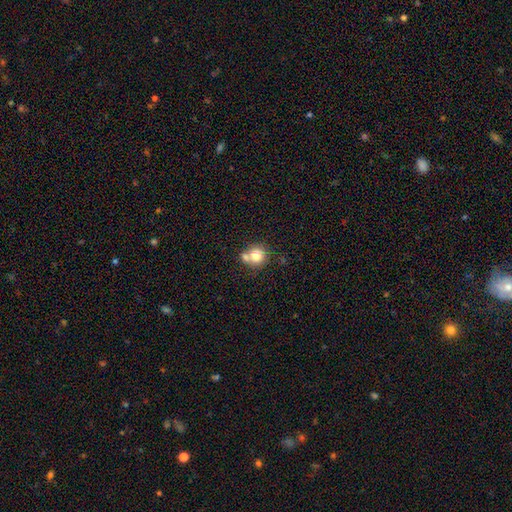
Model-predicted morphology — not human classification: This is likely a smooth galaxy (79%). How rounded: clearly round (88%). Merging: possibly none (49%).